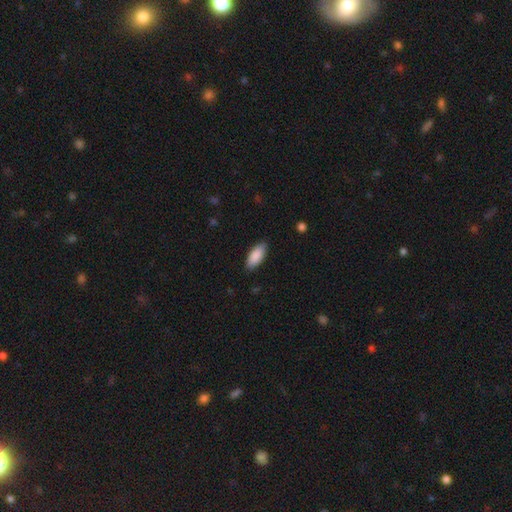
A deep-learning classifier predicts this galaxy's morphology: Smooth or featured?
  - smooth: 89% *
  - star or artifact: 6%
  - featured or disk: 5%
How rounded?
  - in between: 86% *
  - cigar-shaped: 13%
  - round: 2%
Merging?
  - none: 88% *
  - minor disturbance: 9%
  - major disturbance: 2%
  - merger: 1%